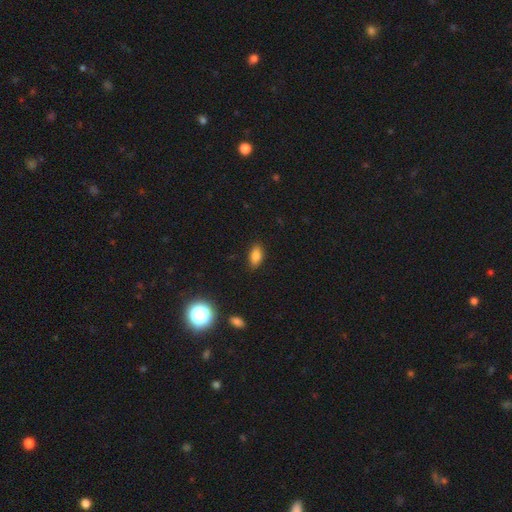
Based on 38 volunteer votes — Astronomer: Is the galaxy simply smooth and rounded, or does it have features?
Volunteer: smooth — 92%.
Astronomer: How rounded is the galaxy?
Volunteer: in between — 86%.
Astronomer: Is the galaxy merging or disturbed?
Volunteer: none — 76%.